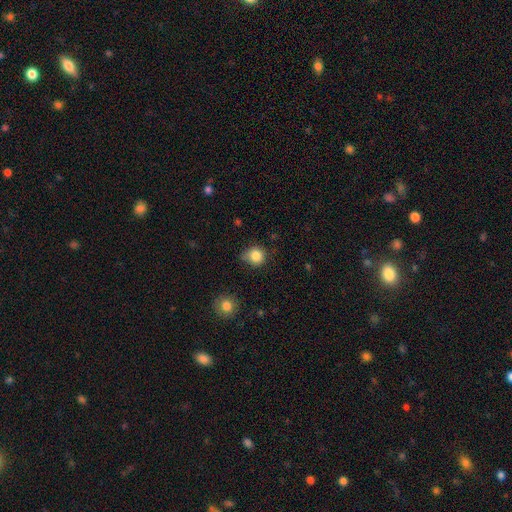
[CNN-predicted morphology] Q: Smooth or featured?
A: smooth (83%); runner-up: star or artifact (11%)
Q: How rounded?
A: round (85%); runner-up: in between (14%)
Q: Merging?
A: none (56%); runner-up: minor disturbance (32%)